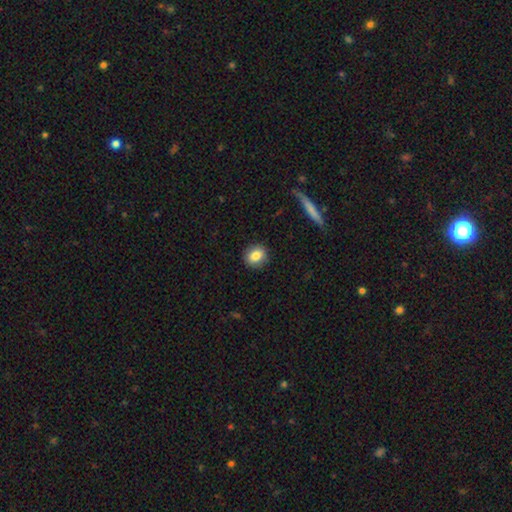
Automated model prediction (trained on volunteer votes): smooth 83%, star or artifact 9%, featured or disk 8%. Down the decision tree: how rounded — round (70%); merging — none (89%).